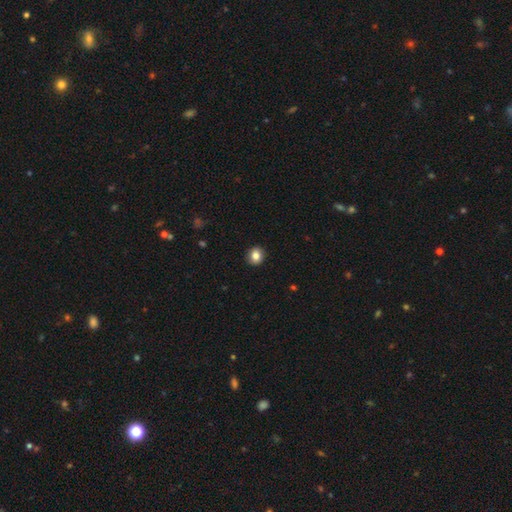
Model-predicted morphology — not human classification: This is clearly a smooth galaxy (85%). How rounded: likely round (74%). Merging: clearly none (90%).